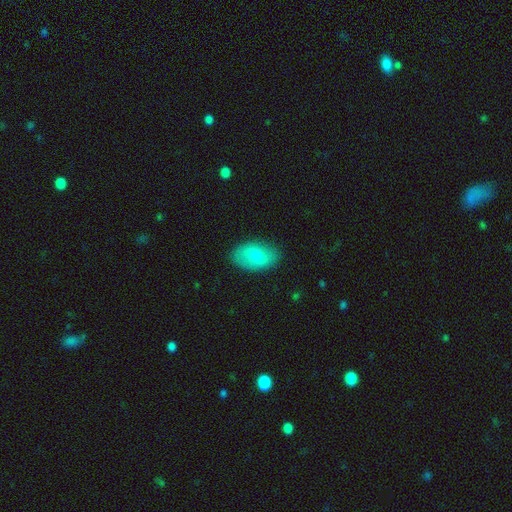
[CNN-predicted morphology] This is likely a smooth galaxy (66%). How rounded: clearly in between (90%). Merging: clearly none (83%).